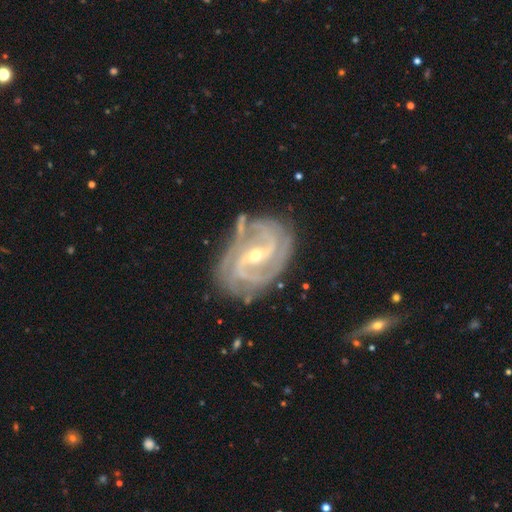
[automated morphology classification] A featured or disk galaxy (92%) with a weak bar (40%, tied with strong), 2 (53%) medium (47%) spiral arms (98%) and a small central bulge (63%). Merging: none (69%).